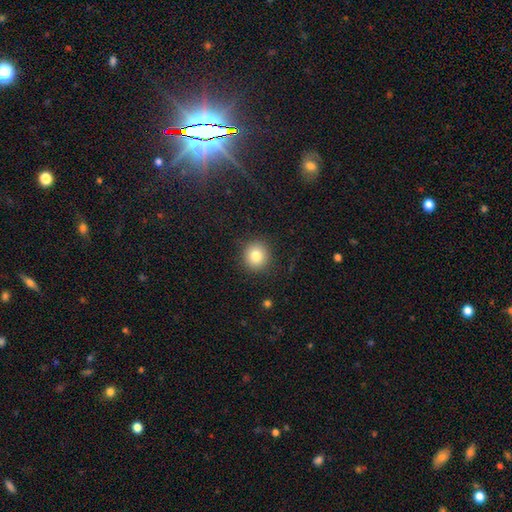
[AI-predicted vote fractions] A smooth galaxy with no disk features (81%) that is round (90%).

Vote fractions:
- Smooth or featured? smooth: 81% / star or artifact: 11% / featured or disk: 8%
- How rounded? round: 90% / in between: 9% / cigar-shaped: 1%
- Merging? none: 89% / minor disturbance: 7% / major disturbance: 3% / merger: 1%